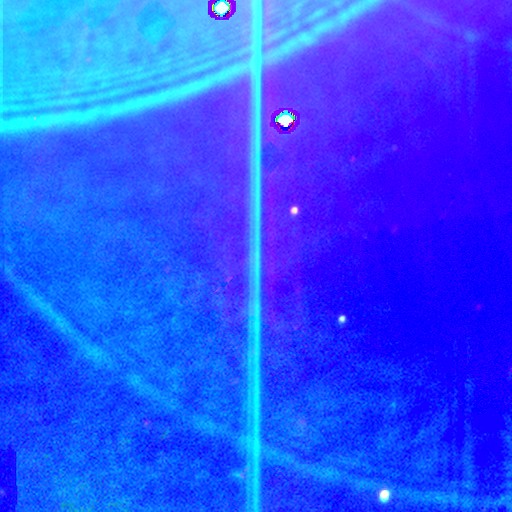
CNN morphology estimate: Overall: star or artifact (86%).